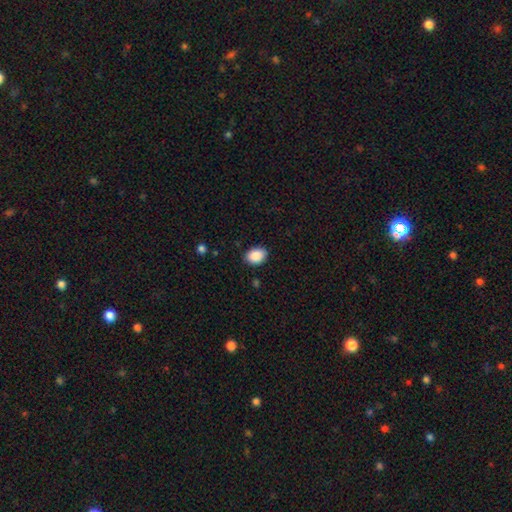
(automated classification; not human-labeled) smooth_or_featured: smooth (p=0.89) [alt: star or artifact p=0.07]
how_rounded: in between (p=0.72) [alt: round p=0.27]
merging: none (p=0.85) [alt: minor disturbance p=0.11]